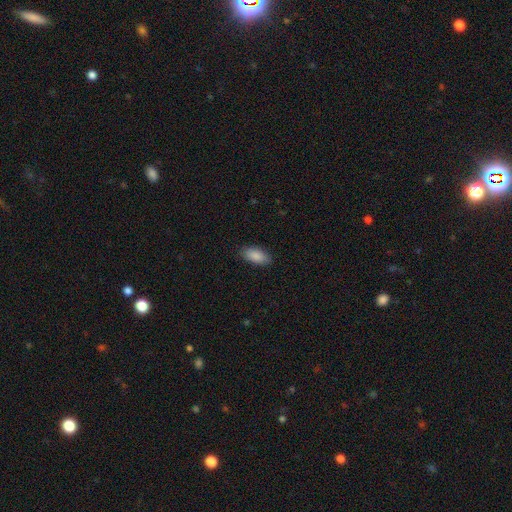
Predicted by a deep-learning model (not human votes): Smooth or featured? Predicted: smooth (p=0.89). How rounded? Predicted: in between (p=0.91). Merging? Predicted: none (p=0.88).